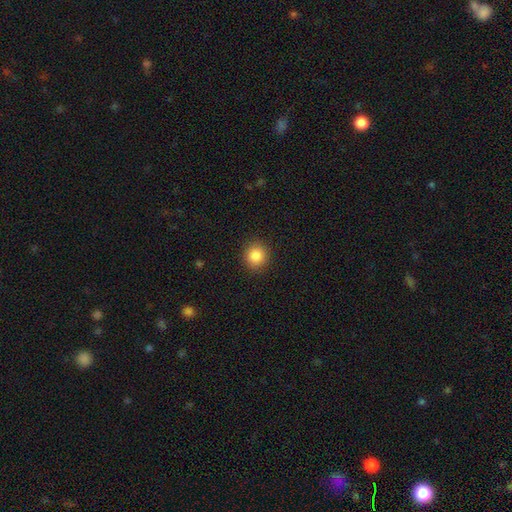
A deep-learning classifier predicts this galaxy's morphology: smooth_or_featured: smooth (p=0.86) [alt: star or artifact p=0.10]
how_rounded: round (p=0.89) [alt: in between p=0.10]
merging: none (p=0.91) [alt: minor disturbance p=0.06]